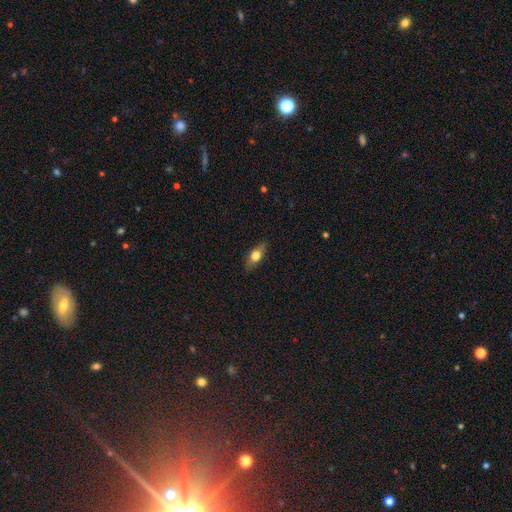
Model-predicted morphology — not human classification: A smooth galaxy with no disk features (61%) that is in between round and cigar-shaped (69%).

Vote fractions:
- Smooth or featured? smooth: 61% / featured or disk: 31% / star or artifact: 7%
- How rounded? in between: 69% / cigar-shaped: 24% / round: 6%
- Merging? none: 86% / minor disturbance: 11% / major disturbance: 2% / merger: 1%